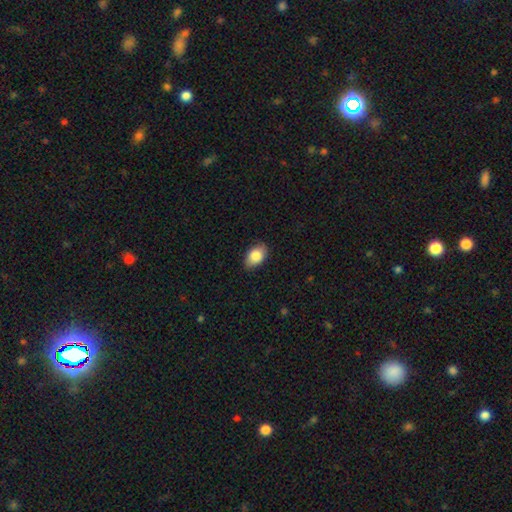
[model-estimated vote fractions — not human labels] Smooth or featured? smooth (84%)
How rounded? in between (90%)
Merging? none (85%)